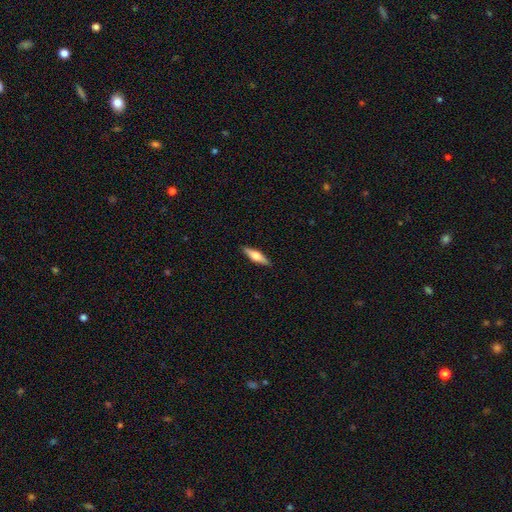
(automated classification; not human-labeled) smooth-or-featured: featured or disk: 48% | smooth: 46% | star or artifact: 6%
  merging: none: 90% | minor disturbance: 8% | major disturbance: 2% | merger: 1%